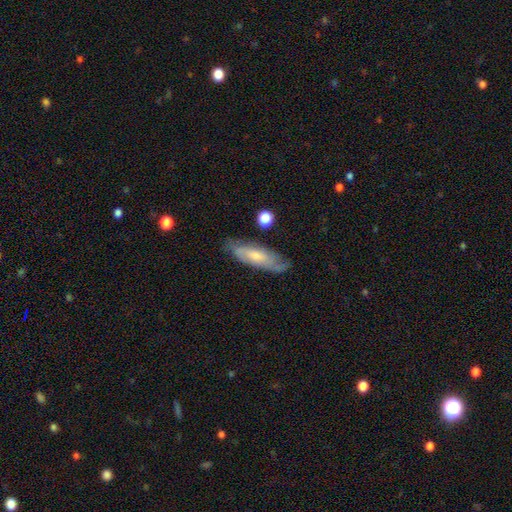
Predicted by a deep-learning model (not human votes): Smooth or featured: featured or disk — 52% (smooth — 41%)
Edge-on disk: no — 70% (yes — 30%)
Merging: none — 72% (minor disturbance — 20%)